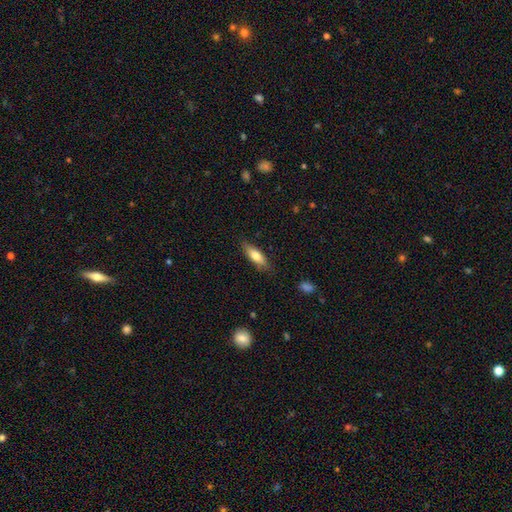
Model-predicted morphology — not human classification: type=smooth (73%); roundness=in between (54%); merging=none (81%).